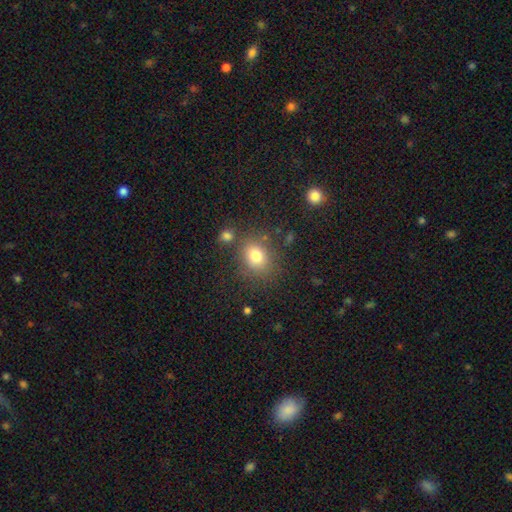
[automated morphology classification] Smooth or featured?
  - smooth: 79% *
  - star or artifact: 12%
  - featured or disk: 9%
How rounded?
  - round: 52% *
  - in between: 47%
  - cigar-shaped: 1%
Merging?
  - none: 75% *
  - minor disturbance: 13%
  - merger: 7%
  - major disturbance: 5%